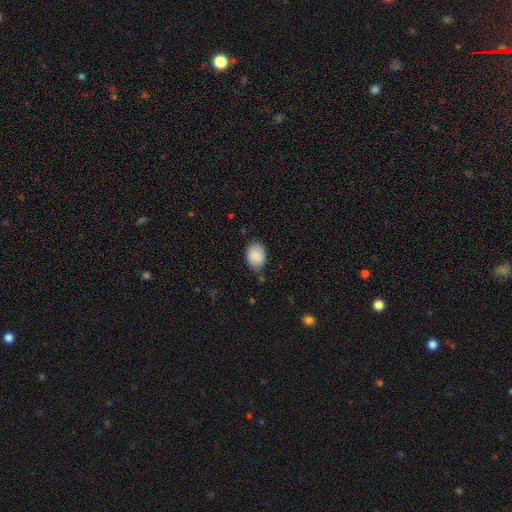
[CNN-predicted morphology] smooth-or-featured: smooth: 87% | star or artifact: 7% | featured or disk: 6%
  how-rounded: in between: 73% | round: 26% | cigar-shaped: 1%
  merging: none: 70% | minor disturbance: 24% | major disturbance: 4% | merger: 3%